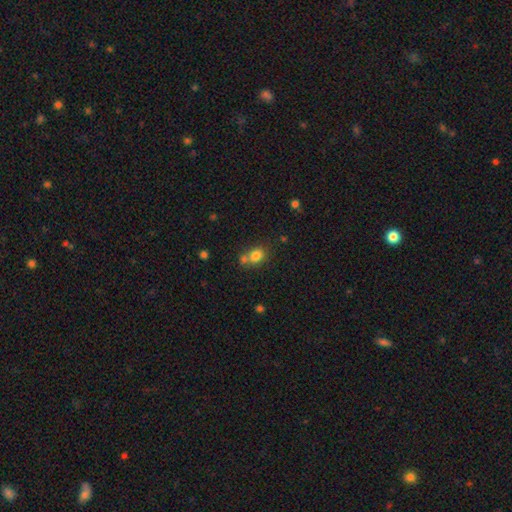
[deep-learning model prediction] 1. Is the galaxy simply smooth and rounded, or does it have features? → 80% smooth, 12% star or artifact, 9% featured or disk.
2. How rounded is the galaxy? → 53% in between, 46% round, 1% cigar-shaped.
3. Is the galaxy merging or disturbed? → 50% none, 32% merger, 13% minor disturbance, 5% major disturbance.